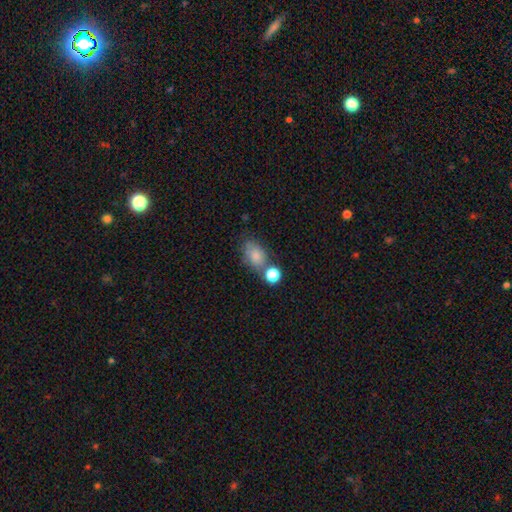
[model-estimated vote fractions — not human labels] Q: Smooth or featured?
A: smooth (80%); runner-up: featured or disk (10%)
Q: How rounded?
A: in between (76%); runner-up: round (23%)
Q: Merging?
A: none (50%); runner-up: merger (22%)